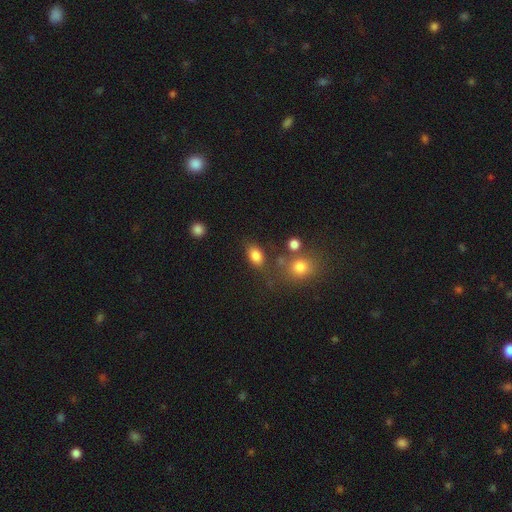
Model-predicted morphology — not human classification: This is clearly a smooth galaxy (84%). How rounded: clearly in between (84%). Merging: likely none (72%).